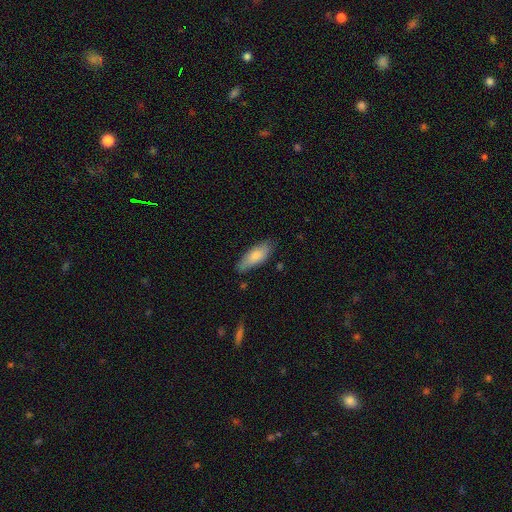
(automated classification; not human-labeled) Overall: smooth (80%). How rounded: in between (68%; cigar-shaped 30%). Merging: none (76%).